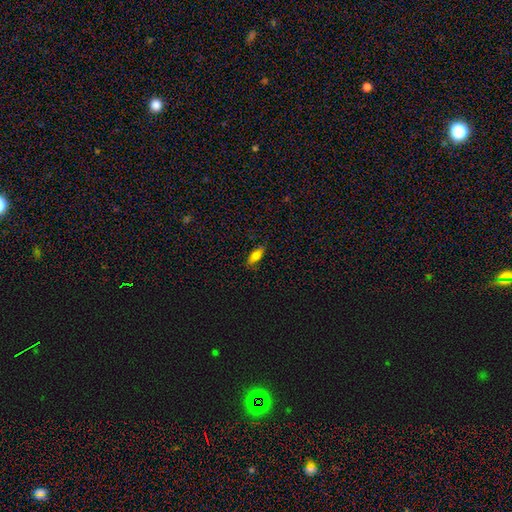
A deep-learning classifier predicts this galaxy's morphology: This is likely a smooth galaxy (78%). How rounded: likely in between (75%). Merging: clearly none (82%).